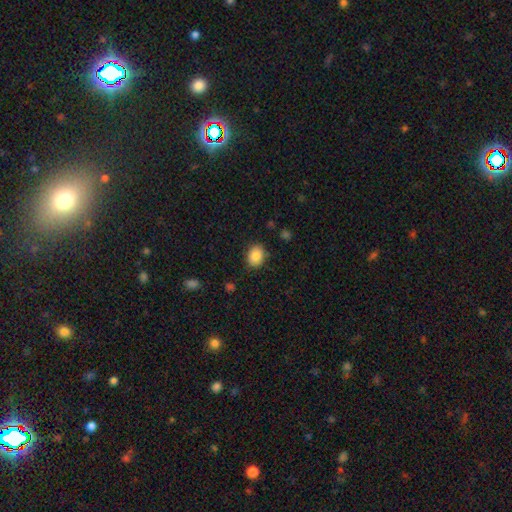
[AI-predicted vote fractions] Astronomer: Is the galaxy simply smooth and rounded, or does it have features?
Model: smooth — 87%.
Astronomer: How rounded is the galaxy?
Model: in between — 55% (runner-up: round, 44%).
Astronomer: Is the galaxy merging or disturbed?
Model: none — 84%.